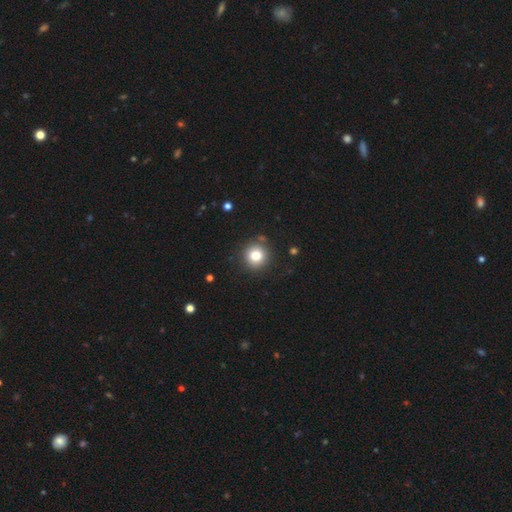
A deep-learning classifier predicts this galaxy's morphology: smooth-or-featured: smooth: 80% | star or artifact: 12% | featured or disk: 8%
  how-rounded: round: 92% | in between: 7% | cigar-shaped: 1%
  merging: none: 88% | minor disturbance: 8% | major disturbance: 2% | merger: 2%